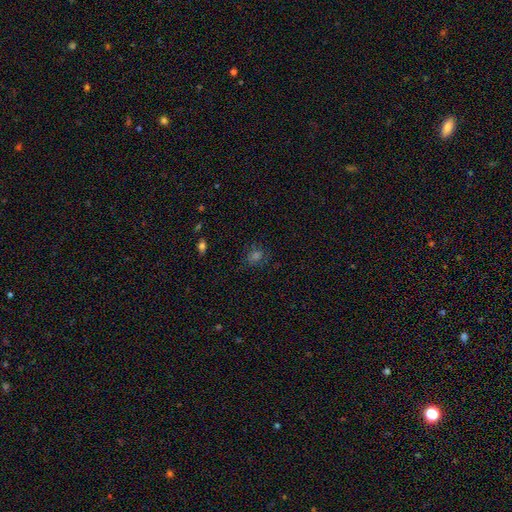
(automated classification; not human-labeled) A smooth galaxy with no disk features (49%). Merging: none (78%).